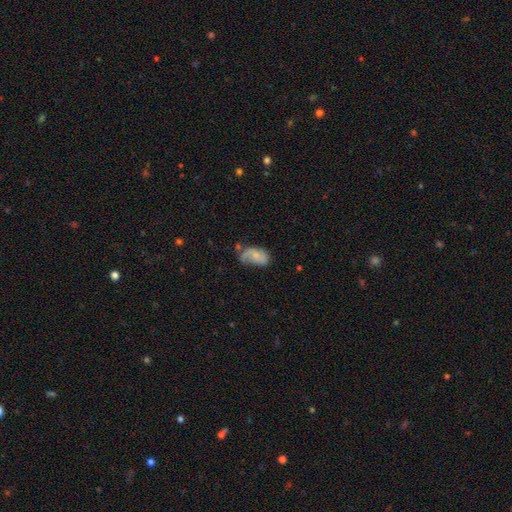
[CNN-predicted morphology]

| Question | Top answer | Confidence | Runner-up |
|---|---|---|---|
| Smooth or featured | smooth | 50% | featured or disk (42%) |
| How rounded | in between | 90% | round (8%) |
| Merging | none | 36% | minor disturbance (34%) |